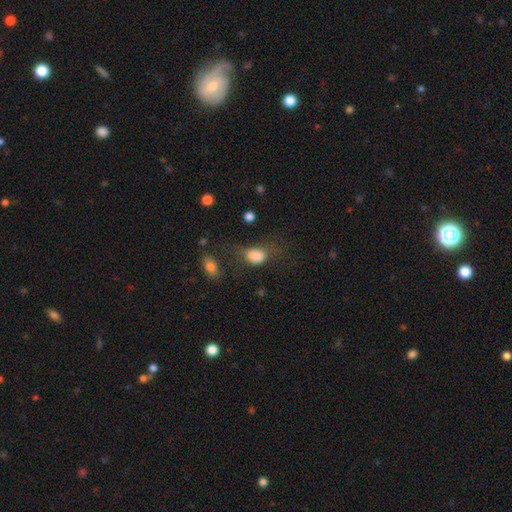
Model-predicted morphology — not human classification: Overall: smooth (81%). How rounded: in between (75%). Merging: none (37%; major disturbance 30%).